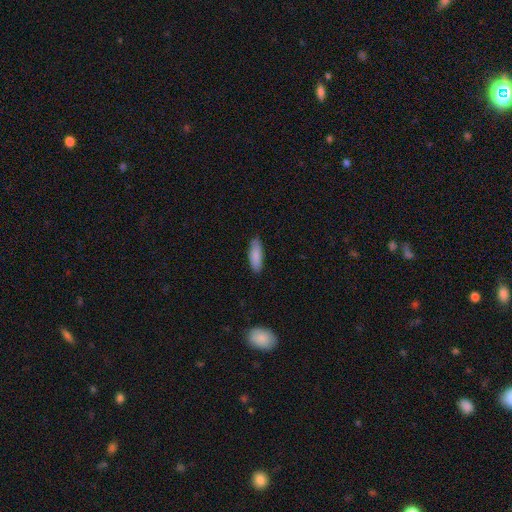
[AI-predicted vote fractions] smooth_or_featured: smooth (p=0.87) [alt: featured or disk p=0.08]
how_rounded: in between (p=0.58) [alt: cigar-shaped p=0.40]
merging: none (p=0.86) [alt: minor disturbance p=0.11]